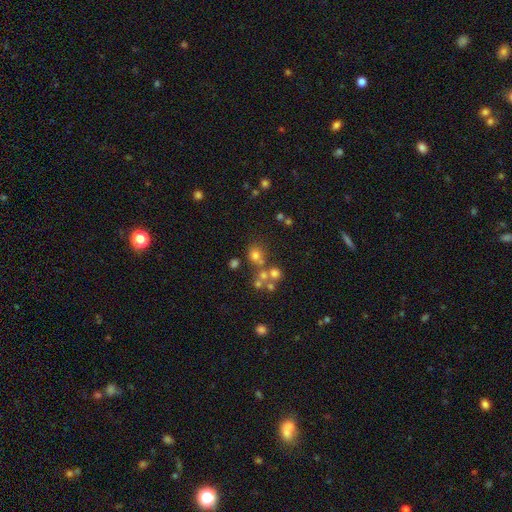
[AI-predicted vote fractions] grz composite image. It shows a smooth galaxy with no disk features (60%) that is round (79%). Merging: none (57%).